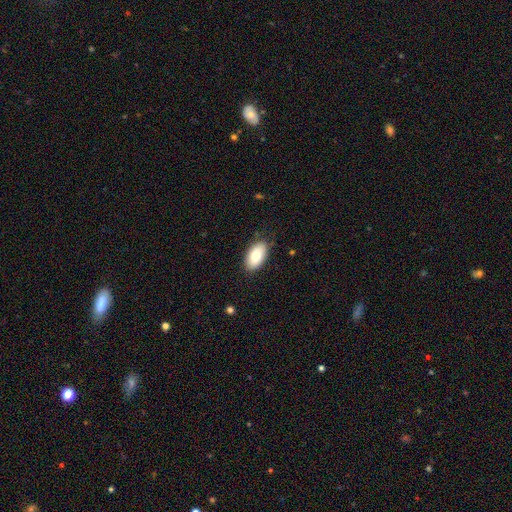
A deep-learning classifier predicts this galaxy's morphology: Overall: smooth (78%). How rounded: in between (94%). Merging: none (84%).